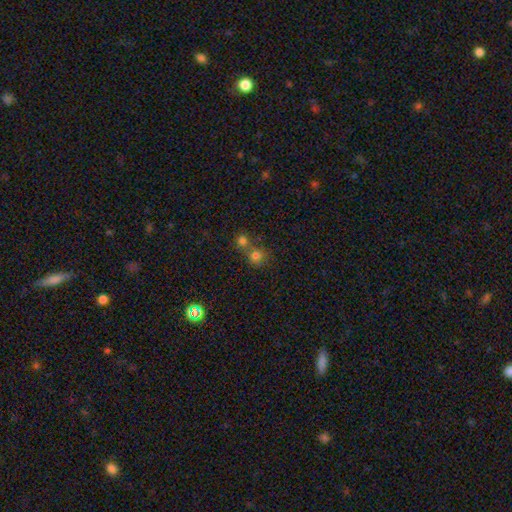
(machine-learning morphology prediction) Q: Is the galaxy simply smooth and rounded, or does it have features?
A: smooth — 73%.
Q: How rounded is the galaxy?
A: round — 85%.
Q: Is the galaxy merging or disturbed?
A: merger — 48%.